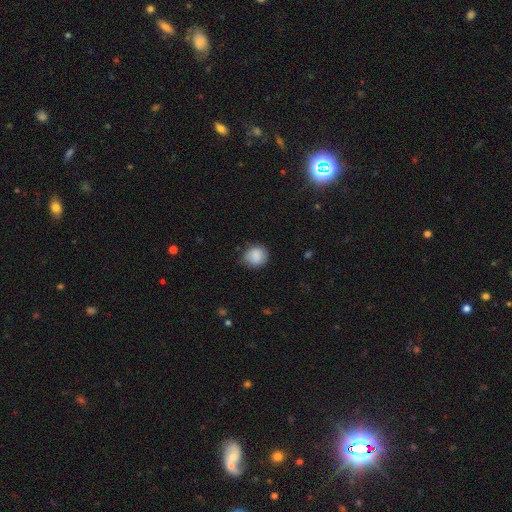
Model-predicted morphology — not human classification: Q: Smooth or featured?
A: smooth (86%); runner-up: star or artifact (8%)
Q: How rounded?
A: round (78%); runner-up: in between (21%)
Q: Merging?
A: none (72%); runner-up: minor disturbance (22%)